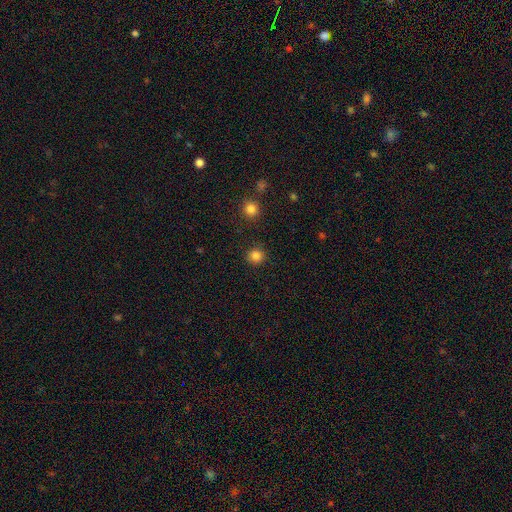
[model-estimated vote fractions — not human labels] smooth-or-featured: smooth: 84% | star or artifact: 13% | featured or disk: 3%
  how-rounded: round: 93% | in between: 6% | cigar-shaped: 1%
  merging: none: 91% | minor disturbance: 6% | major disturbance: 2% | merger: 2%